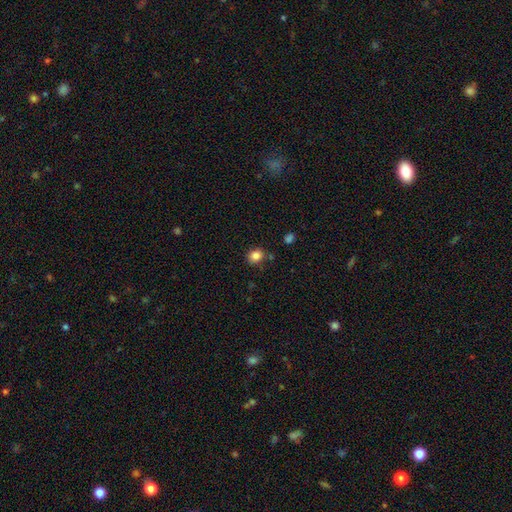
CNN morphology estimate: smooth_or_featured: smooth (p=0.84) [alt: star or artifact p=0.11]
how_rounded: round (p=0.67) [alt: in between p=0.32]
merging: none (p=0.79) [alt: minor disturbance p=0.13]